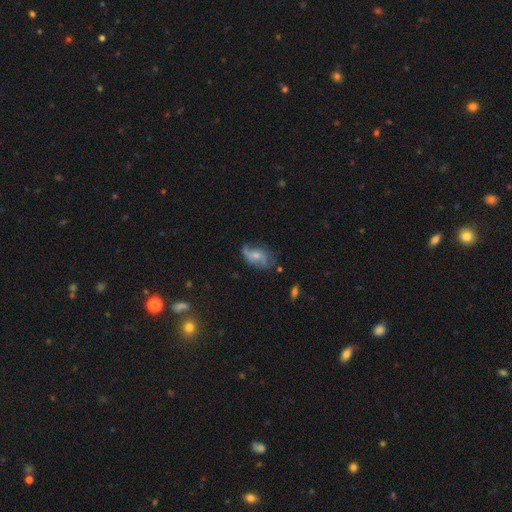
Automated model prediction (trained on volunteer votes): This is likely a featured or disk galaxy (64%). It is clearly not viewed edge-on (95%). Bar: possibly no (56%). Spiral arm pattern: clearly yes (82%). Spiral arm count: likely 2 (68%). Spiral winding: possibly loose (55%). Central bulge: possibly moderate (45%). Merging: possibly none (52%).